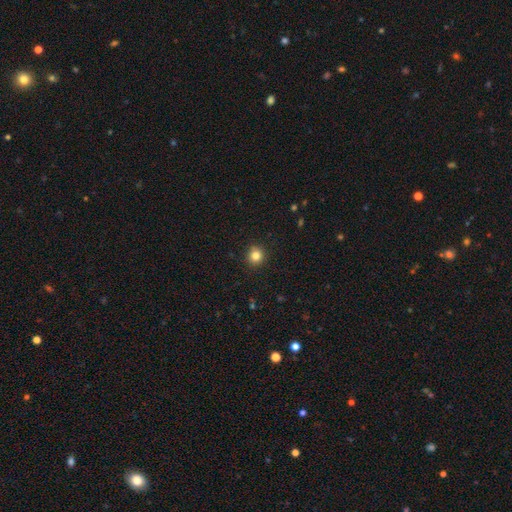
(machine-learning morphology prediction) Overall: smooth (83%). How rounded: round (91%). Merging: none (91%).